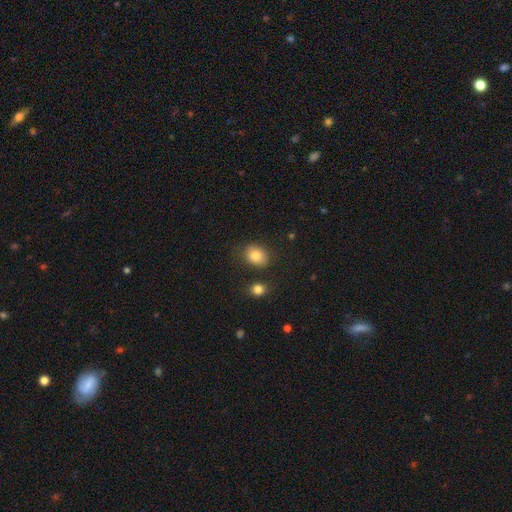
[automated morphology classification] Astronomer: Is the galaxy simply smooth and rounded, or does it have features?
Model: smooth — 84%.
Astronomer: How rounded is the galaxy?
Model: in between — 56% (runner-up: round, 43%).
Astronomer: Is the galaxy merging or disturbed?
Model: none — 75%.